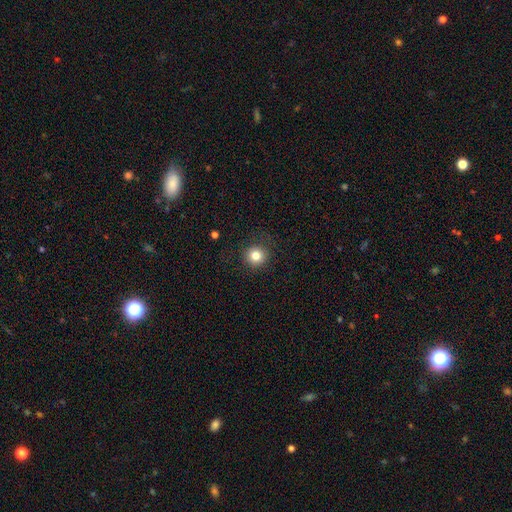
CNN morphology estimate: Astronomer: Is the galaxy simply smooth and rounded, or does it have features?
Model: smooth — 82%.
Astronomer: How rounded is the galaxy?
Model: round — 94%.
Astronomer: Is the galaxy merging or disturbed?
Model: none — 89%.